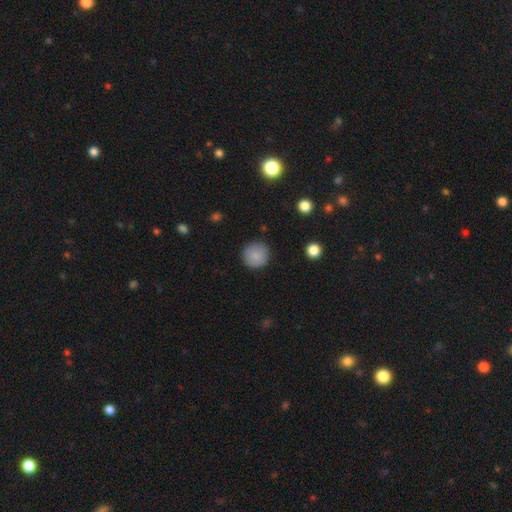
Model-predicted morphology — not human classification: smooth_or_featured: smooth (p=0.86) [alt: star or artifact p=0.08]
how_rounded: round (p=0.93) [alt: in between p=0.06]
merging: none (p=0.87) [alt: minor disturbance p=0.10]